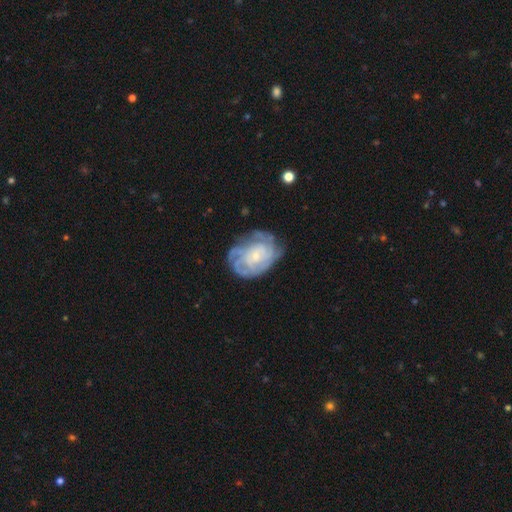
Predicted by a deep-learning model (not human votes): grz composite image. It shows a featured or disk galaxy (82%) with no bar (76%), tight (69%) spiral arms (94%) and a small central bulge (73%). Merging: none (66%).